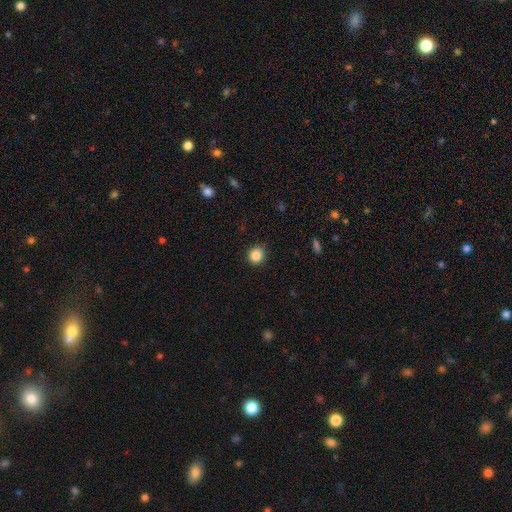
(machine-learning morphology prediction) Overall: smooth (86%). How rounded: round (91%). Merging: none (90%).